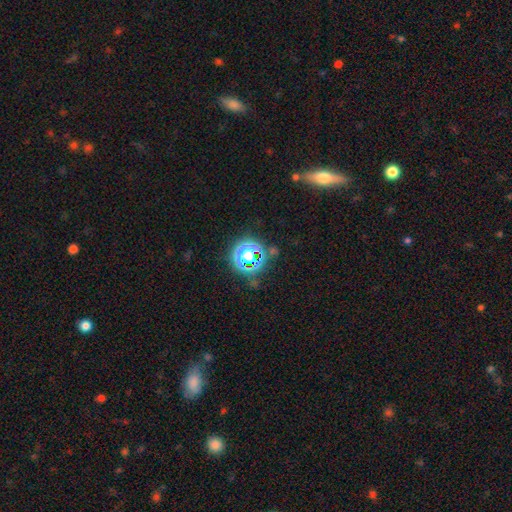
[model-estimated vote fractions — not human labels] Smooth or featured? star or artifact (68%)